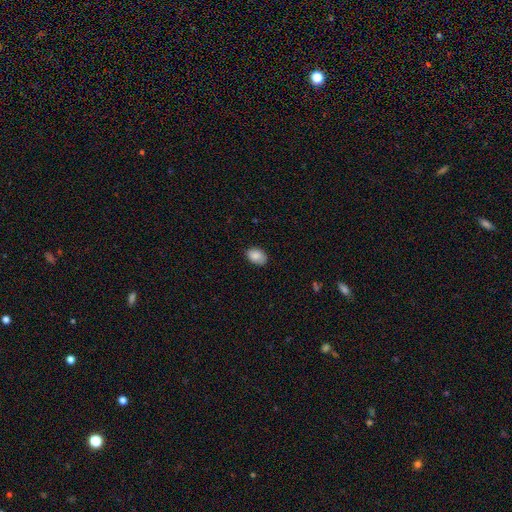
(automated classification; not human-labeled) Smooth or featured: smooth — 86% (star or artifact — 7%)
How rounded: in between — 83% (round — 15%)
Merging: none — 79% (minor disturbance — 17%)